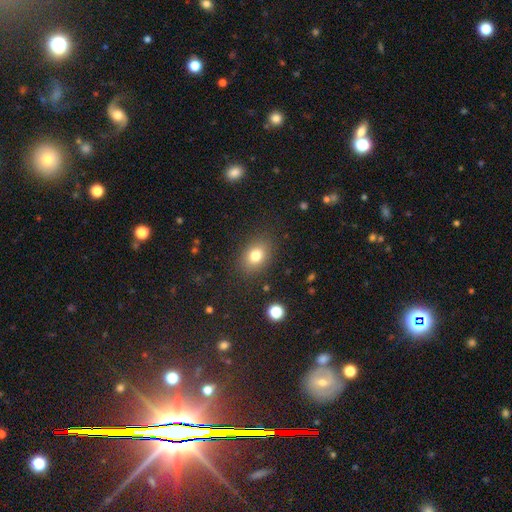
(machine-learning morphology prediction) The model was most divided on "how rounded": in between: 64%, round: 35%, cigar-shaped: 1%. More confident: merging — none (85%); smooth or featured — smooth (78%).